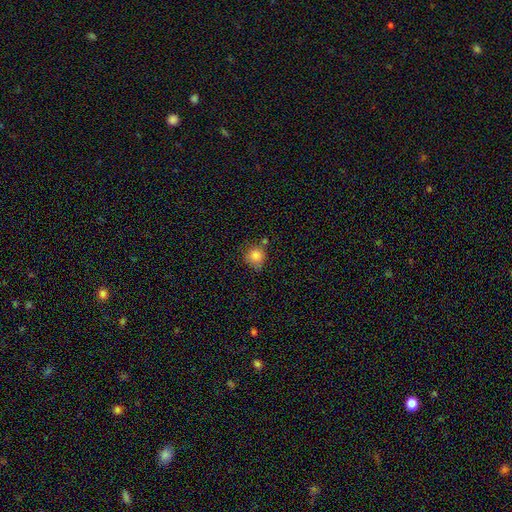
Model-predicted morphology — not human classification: A smooth galaxy with no disk features (83%) that is round (87%).

Vote fractions:
- Smooth or featured? smooth: 83% / star or artifact: 10% / featured or disk: 6%
- How rounded? round: 87% / in between: 12% / cigar-shaped: 1%
- Merging? none: 62% / minor disturbance: 22% / merger: 10% / major disturbance: 6%